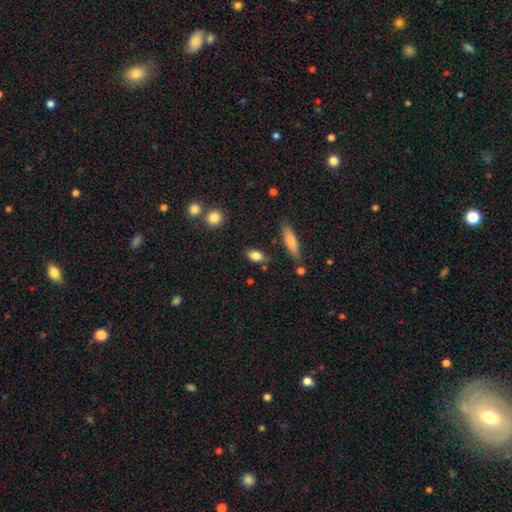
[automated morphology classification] A smooth galaxy with no disk features (81%) that is in between round and cigar-shaped (81%). Merging: none (77%).